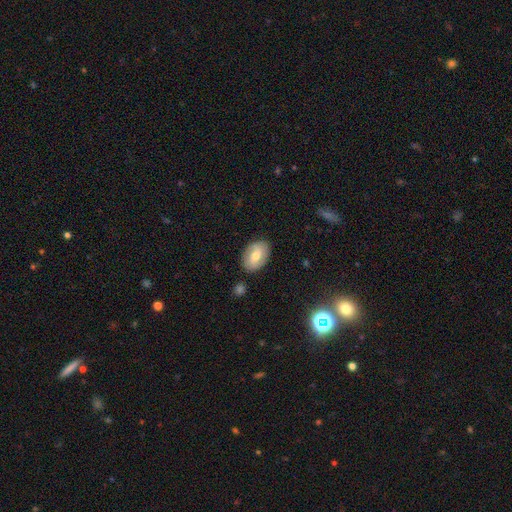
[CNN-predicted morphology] Smooth or featured: smooth — 55% (featured or disk — 38%)
How rounded: in between — 82% (round — 17%)
Merging: none — 84% (minor disturbance — 11%)